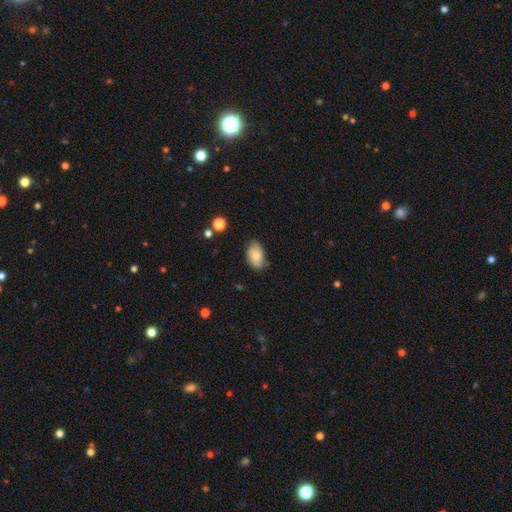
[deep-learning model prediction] smooth 79%, featured or disk 14%, star or artifact 7%. Down the decision tree: how rounded — in between (92%); merging — none (70%).